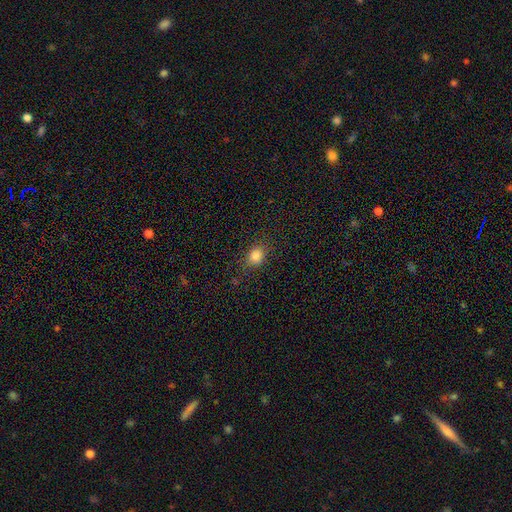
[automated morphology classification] Smooth or featured: smooth — 83% (star or artifact — 12%)
How rounded: round — 53% (in between — 46%)
Merging: none — 83% (minor disturbance — 12%)